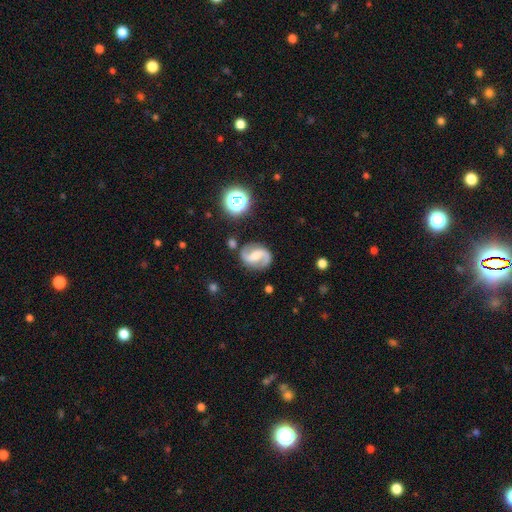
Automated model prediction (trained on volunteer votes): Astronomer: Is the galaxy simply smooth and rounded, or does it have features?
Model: featured or disk — 87%.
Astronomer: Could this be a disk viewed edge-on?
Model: no — 98%.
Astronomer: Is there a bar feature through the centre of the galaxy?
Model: weak — 43% (runner-up: strong, 29%).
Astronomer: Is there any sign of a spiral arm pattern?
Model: yes — 97%.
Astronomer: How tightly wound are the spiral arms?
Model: medium — 51% (runner-up: loose, 34%).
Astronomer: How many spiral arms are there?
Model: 2 — 94%.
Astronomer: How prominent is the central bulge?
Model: moderate — 52% (runner-up: small, 33%).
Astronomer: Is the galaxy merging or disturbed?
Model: none — 82%.